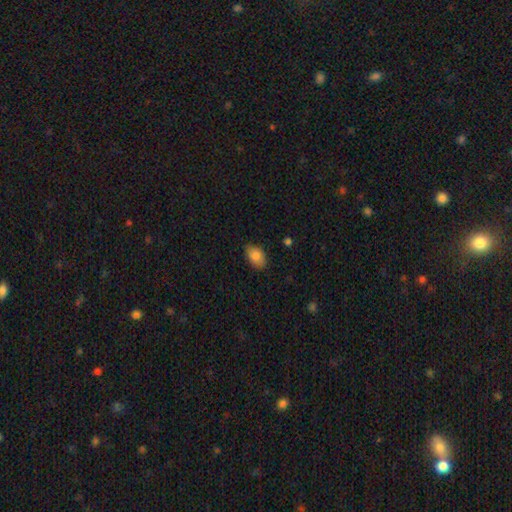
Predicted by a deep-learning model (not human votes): Smooth or featured? Predicted: smooth (p=0.86). How rounded? Predicted: in between (p=0.87). Merging? Predicted: none (p=0.80).